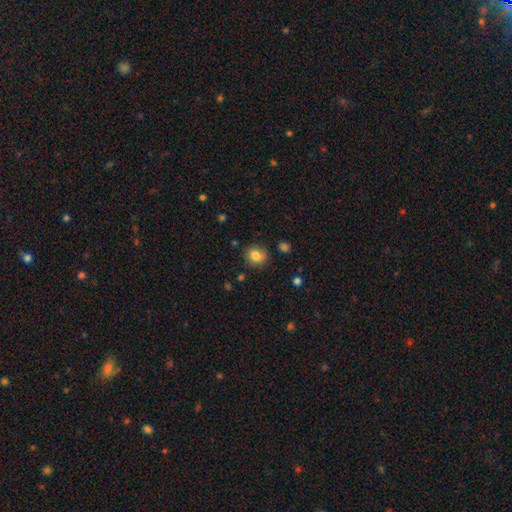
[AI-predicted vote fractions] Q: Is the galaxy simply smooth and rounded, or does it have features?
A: smooth — 82%.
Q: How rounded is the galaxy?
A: round — 80%.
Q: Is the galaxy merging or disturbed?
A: none — 82%.